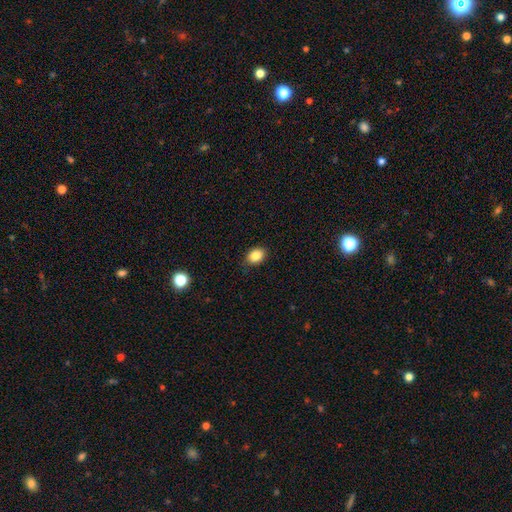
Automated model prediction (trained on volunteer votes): This is clearly a smooth galaxy (86%). How rounded: likely in between (65%). Merging: clearly none (86%).